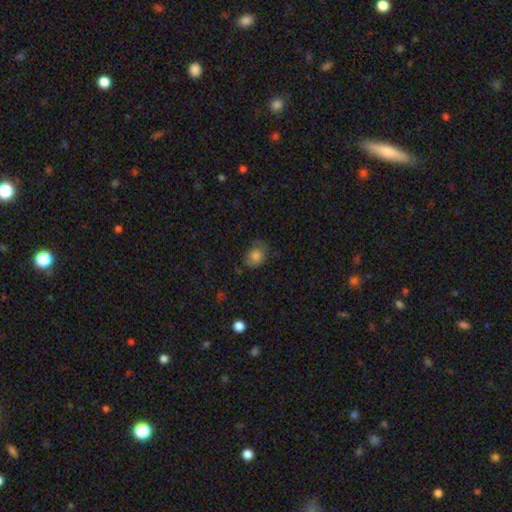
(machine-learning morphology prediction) A smooth galaxy with no disk features (79%) that is in between round and cigar-shaped (59%). Merging: none (59%).